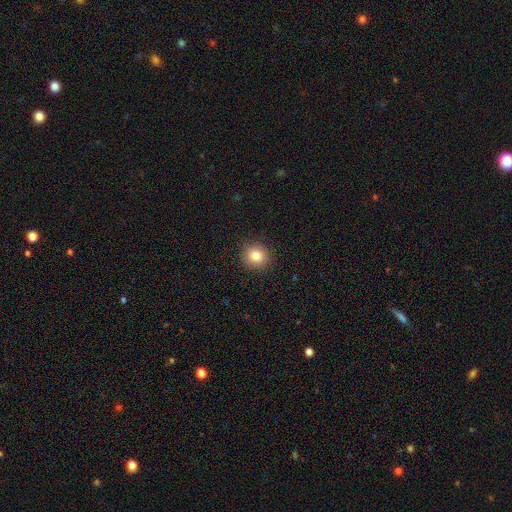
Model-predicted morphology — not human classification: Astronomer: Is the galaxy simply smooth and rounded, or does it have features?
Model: smooth — 82%.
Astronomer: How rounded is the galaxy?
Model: round — 88%.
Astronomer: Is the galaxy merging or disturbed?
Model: none — 92%.